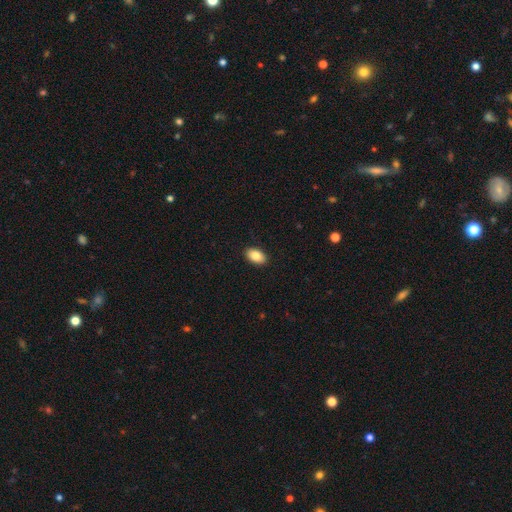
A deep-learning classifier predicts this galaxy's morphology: Smooth or featured? smooth (85%)
How rounded? in between (92%)
Merging? none (91%)